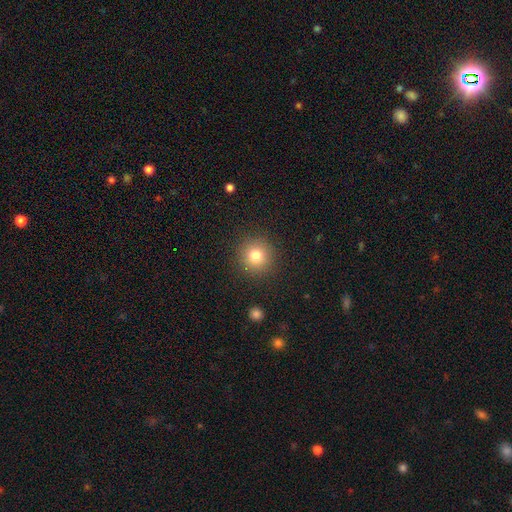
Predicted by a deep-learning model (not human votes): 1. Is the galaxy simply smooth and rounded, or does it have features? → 80% smooth, 12% star or artifact, 8% featured or disk.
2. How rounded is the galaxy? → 95% round, 4% in between, 1% cigar-shaped.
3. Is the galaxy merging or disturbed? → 90% none, 6% minor disturbance, 3% major disturbance, 1% merger.